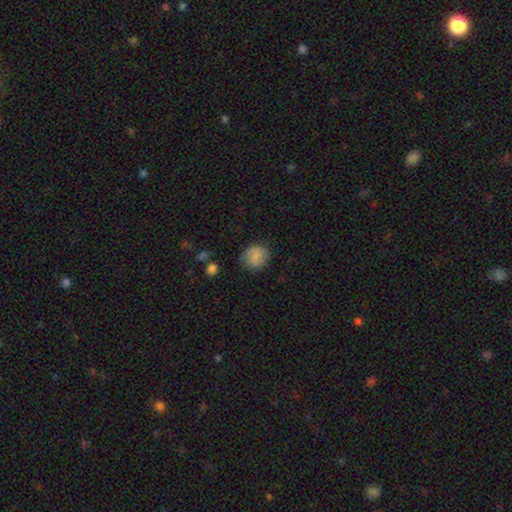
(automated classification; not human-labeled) smooth-or-featured: smooth: 71% | featured or disk: 21% | star or artifact: 8%
  how-rounded: round: 73% | in between: 25% | cigar-shaped: 1%
  merging: none: 77% | minor disturbance: 16% | major disturbance: 5% | merger: 2%